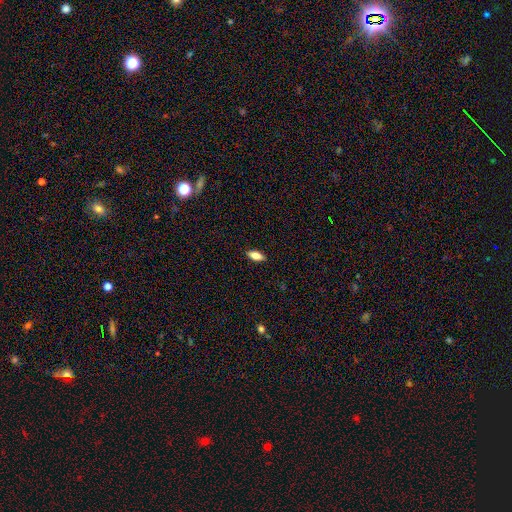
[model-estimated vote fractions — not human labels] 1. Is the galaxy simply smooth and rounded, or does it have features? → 76% smooth, 17% featured or disk, 8% star or artifact.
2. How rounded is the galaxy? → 79% in between, 18% cigar-shaped, 3% round.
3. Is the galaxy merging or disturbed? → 89% none, 8% minor disturbance, 2% major disturbance, 1% merger.